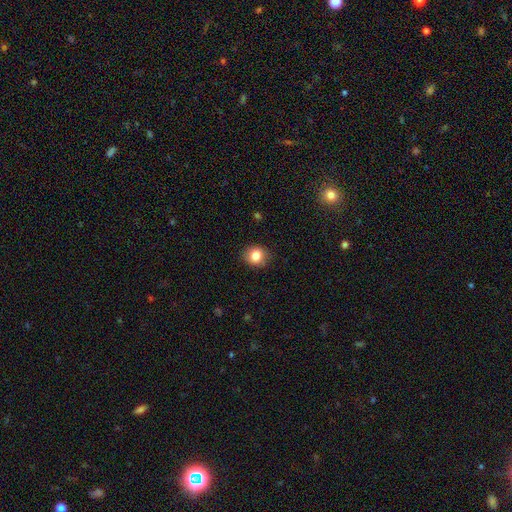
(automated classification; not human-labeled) Smooth or featured?
  - smooth: 83% *
  - star or artifact: 10%
  - featured or disk: 7%
How rounded?
  - round: 72% *
  - in between: 27%
  - cigar-shaped: 1%
Merging?
  - none: 86% *
  - minor disturbance: 10%
  - major disturbance: 2%
  - merger: 1%